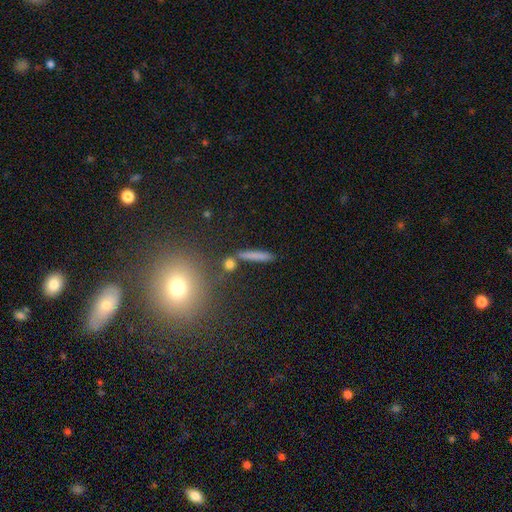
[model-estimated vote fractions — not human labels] Smooth or featured? smooth (75%)
How rounded? cigar-shaped (87%)
Merging? none (77%)